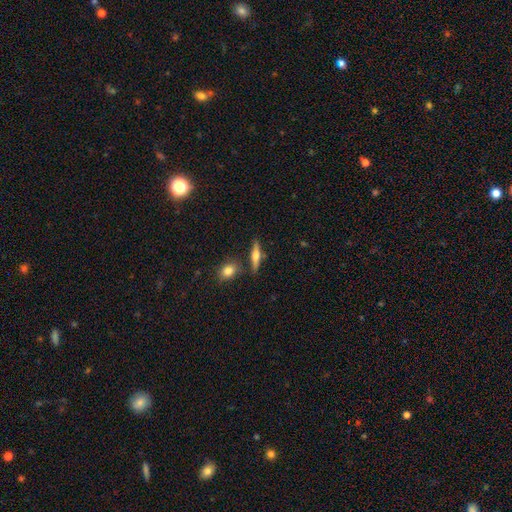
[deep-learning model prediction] A featured or disk galaxy (50%) viewed edge-on (95%).

Vote fractions:
- Smooth or featured? featured or disk: 50% / smooth: 42% / star or artifact: 8%
- Edge-on disk? yes: 95% / no: 5%
- Merging? none: 79% / minor disturbance: 11% / merger: 8% / major disturbance: 3%